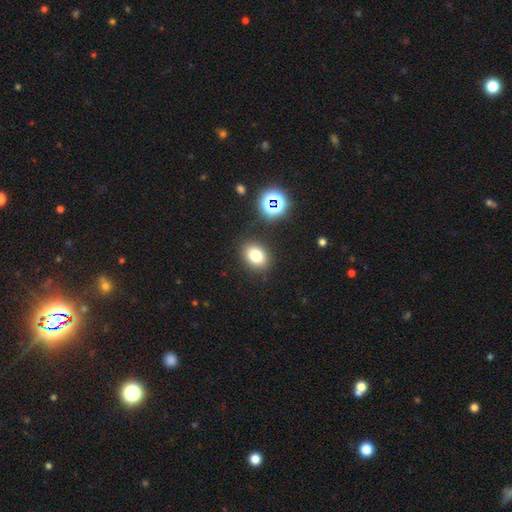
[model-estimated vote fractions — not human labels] A smooth galaxy with no disk features (77%) that is in between round and cigar-shaped (61%). Merging: none (86%).